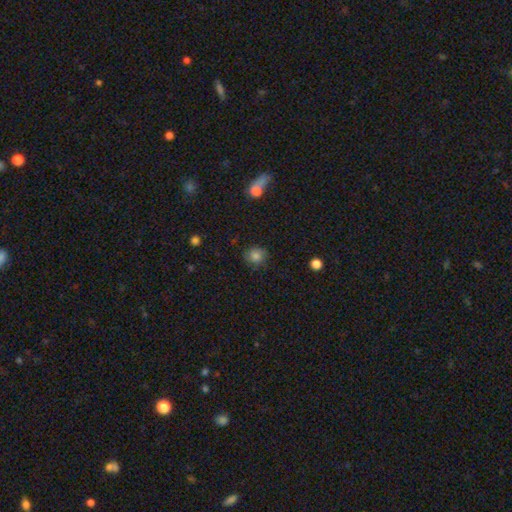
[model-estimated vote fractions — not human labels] smooth_or_featured: smooth (p=0.82) [alt: star or artifact p=0.12]
how_rounded: round (p=0.82) [alt: in between p=0.17]
merging: none (p=0.83) [alt: minor disturbance p=0.12]